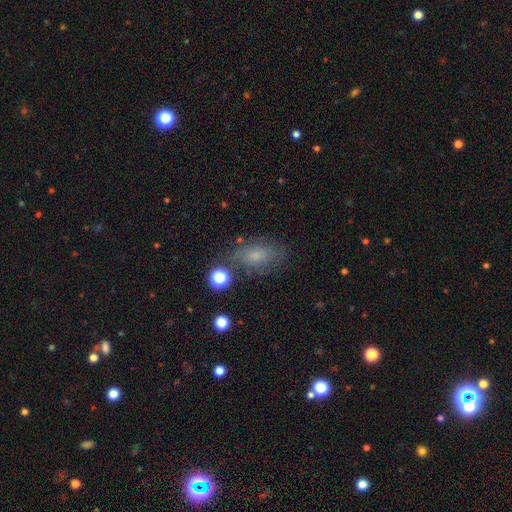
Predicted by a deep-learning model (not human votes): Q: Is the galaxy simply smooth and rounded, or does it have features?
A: smooth — 60%.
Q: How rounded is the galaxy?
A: in between — 82%.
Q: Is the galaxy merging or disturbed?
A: none — 63%.